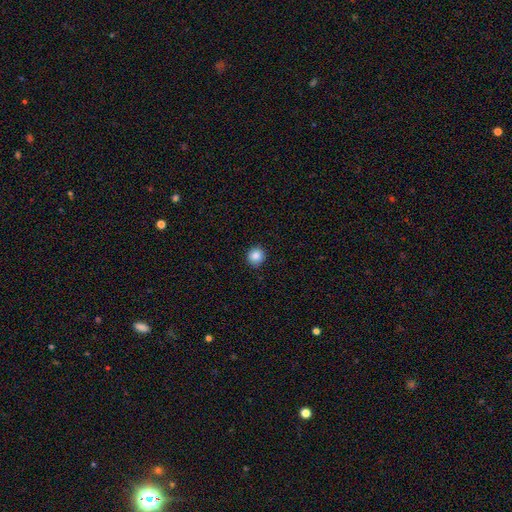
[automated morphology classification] Smooth or featured? Predicted: smooth (p=0.86). How rounded? Predicted: round (p=0.91). Merging? Predicted: none (p=0.91).